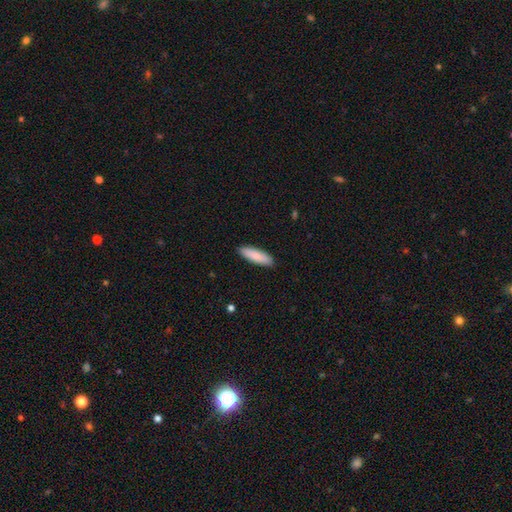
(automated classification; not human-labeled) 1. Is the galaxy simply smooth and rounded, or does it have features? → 85% smooth, 9% featured or disk, 5% star or artifact.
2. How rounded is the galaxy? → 57% cigar-shaped, 41% in between, 2% round.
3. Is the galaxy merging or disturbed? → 91% none, 7% minor disturbance, 1% major disturbance, 1% merger.